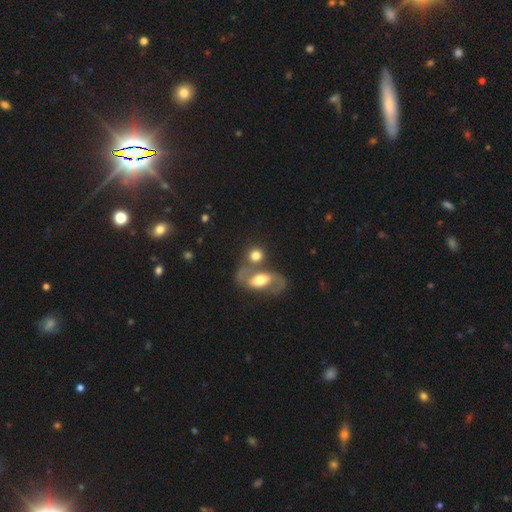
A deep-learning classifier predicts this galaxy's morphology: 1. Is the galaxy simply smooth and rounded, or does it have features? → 68% smooth, 24% featured or disk, 9% star or artifact.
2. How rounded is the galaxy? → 71% round, 27% in between, 2% cigar-shaped.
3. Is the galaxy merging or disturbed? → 48% none, 33% merger, 12% minor disturbance, 7% major disturbance.